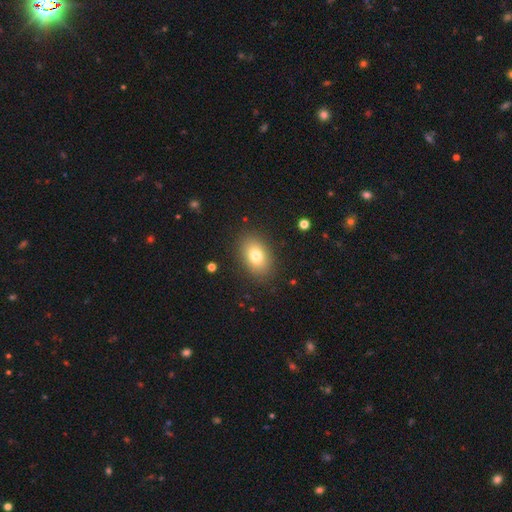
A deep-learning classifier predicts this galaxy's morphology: Smooth or featured?
  - smooth: 77% *
  - featured or disk: 13%
  - star or artifact: 10%
How rounded?
  - in between: 82% *
  - round: 17%
  - cigar-shaped: 1%
Merging?
  - none: 87% *
  - minor disturbance: 9%
  - major disturbance: 3%
  - merger: 1%